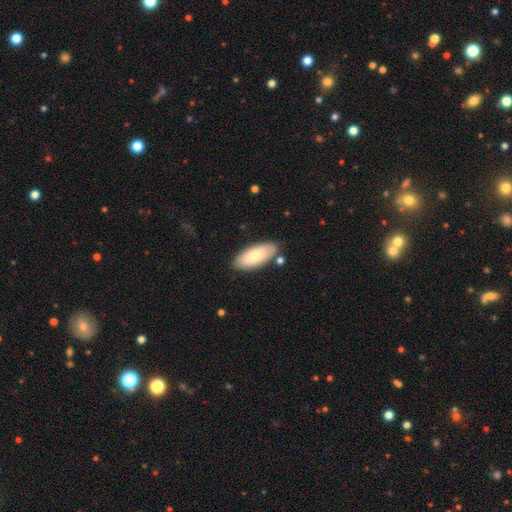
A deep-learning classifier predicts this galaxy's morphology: The model was most divided on "smooth or featured": smooth: 80%, featured or disk: 15%, star or artifact: 5%. More confident: how rounded — in between (85%); merging — none (82%).